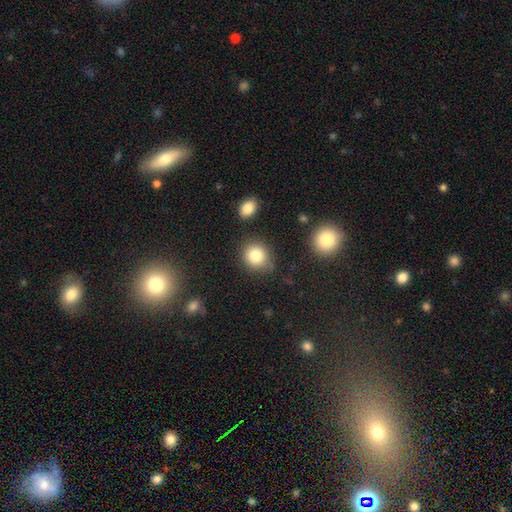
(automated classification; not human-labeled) Smooth or featured? smooth (82%)
How rounded? round (78%)
Merging? none (78%)